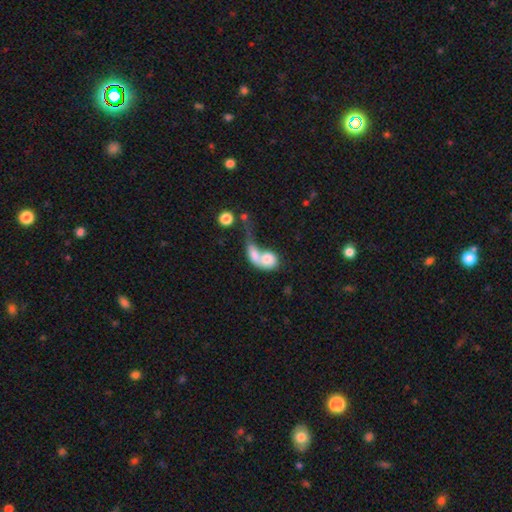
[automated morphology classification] A smooth galaxy with no disk features (64%) that is in between round and cigar-shaped (56%).

Vote fractions:
- Smooth or featured? smooth: 64% / featured or disk: 28% / star or artifact: 8%
- How rounded? in between: 56% / round: 40% / cigar-shaped: 5%
- Merging? merger: 70% / major disturbance: 14% / none: 10% / minor disturbance: 6%